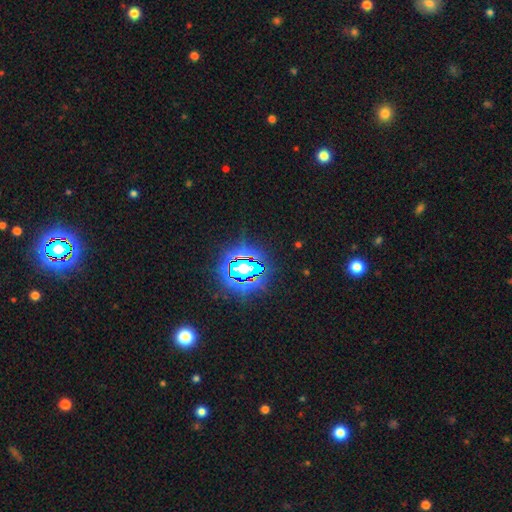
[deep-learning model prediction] Smooth or featured? Predicted: star or artifact (p=0.80).